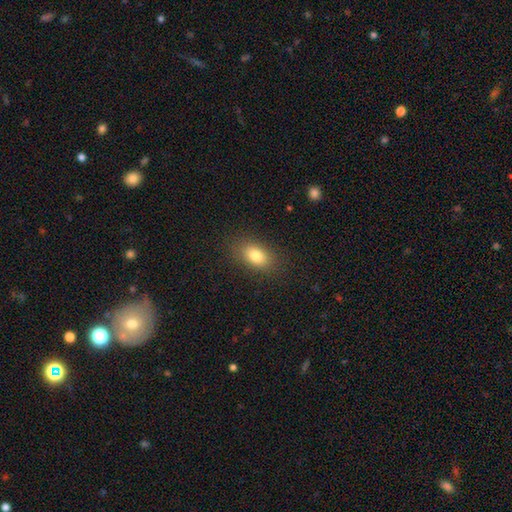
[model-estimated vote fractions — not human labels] Smooth or featured?
  - smooth: 81% *
  - featured or disk: 10%
  - star or artifact: 10%
How rounded?
  - in between: 86% *
  - round: 11%
  - cigar-shaped: 3%
Merging?
  - none: 86% *
  - minor disturbance: 10%
  - major disturbance: 3%
  - merger: 1%